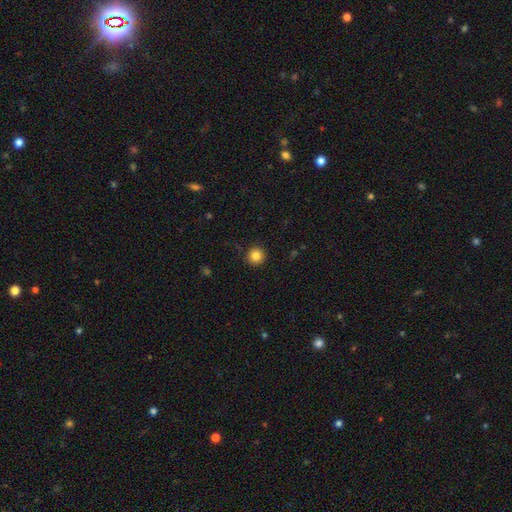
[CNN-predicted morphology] Smooth or featured? smooth (85%)
How rounded? round (95%)
Merging? none (91%)